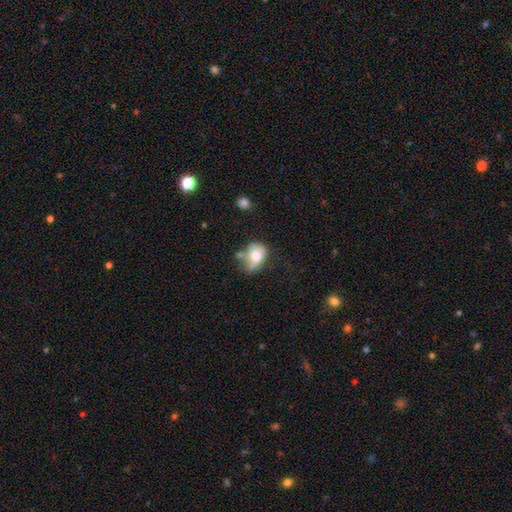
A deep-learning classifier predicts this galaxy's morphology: A smooth galaxy with no disk features (68%) that is in between round and cigar-shaped (58%).

Vote fractions:
- Smooth or featured? smooth: 68% / featured or disk: 23% / star or artifact: 9%
- How rounded? in between: 58% / round: 41% / cigar-shaped: 1%
- Merging? none: 33% / minor disturbance: 30% / merger: 19% / major disturbance: 18%